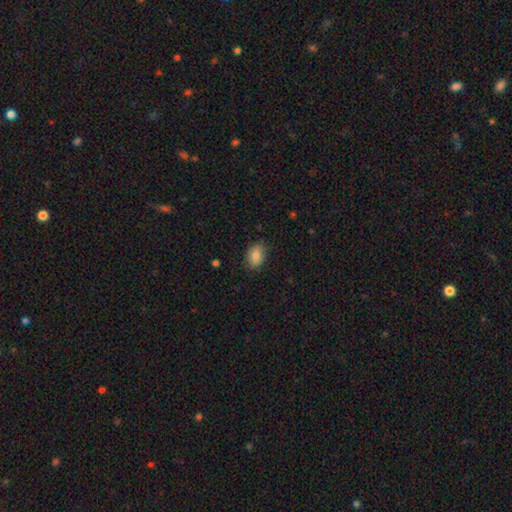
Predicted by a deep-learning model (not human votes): Smooth or featured?
  - smooth: 83% *
  - featured or disk: 9%
  - star or artifact: 8%
How rounded?
  - in between: 80% *
  - round: 18%
  - cigar-shaped: 1%
Merging?
  - none: 80% *
  - minor disturbance: 15%
  - major disturbance: 3%
  - merger: 1%